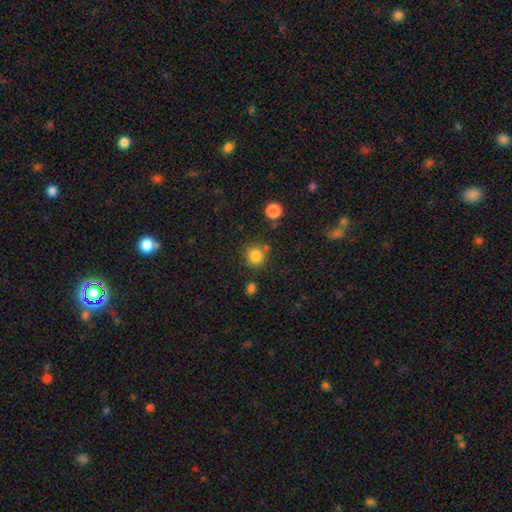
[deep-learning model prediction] A smooth galaxy with no disk features (84%) that is round (91%).

Vote fractions:
- Smooth or featured? smooth: 84% / star or artifact: 11% / featured or disk: 5%
- How rounded? round: 91% / in between: 8% / cigar-shaped: 1%
- Merging? none: 78% / minor disturbance: 11% / merger: 8% / major disturbance: 4%